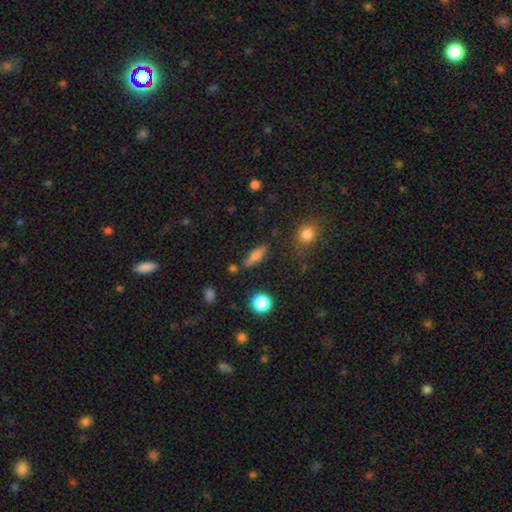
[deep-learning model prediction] Morphology: type=smooth (67%); roundness=cigar-shaped (51%); merging=none (77%).